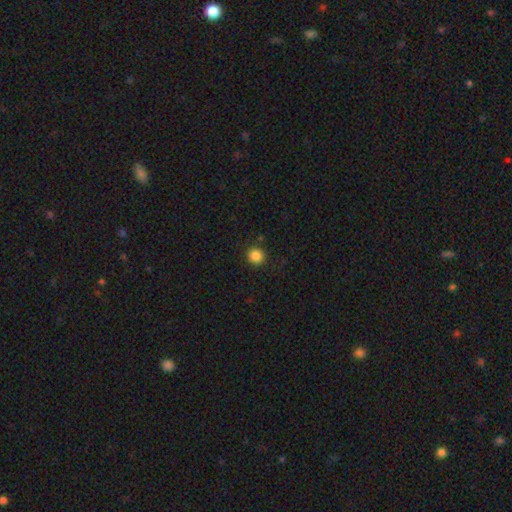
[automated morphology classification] A smooth galaxy with no disk features (86%) that is round (90%). Merging: none (90%).